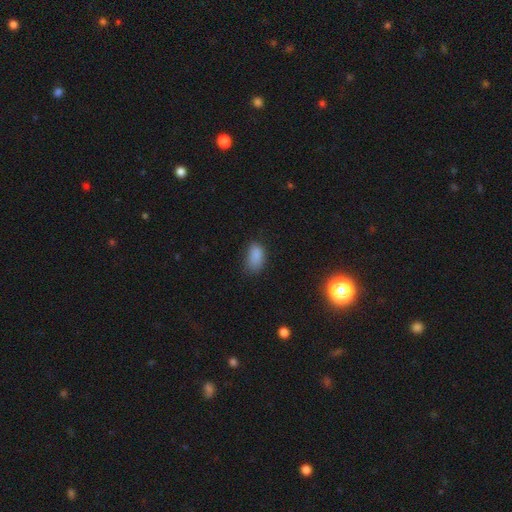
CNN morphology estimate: smooth-or-featured: smooth: 84% | star or artifact: 11% | featured or disk: 5%
  how-rounded: in between: 91% | round: 7% | cigar-shaped: 2%
  merging: none: 64% | minor disturbance: 27% | major disturbance: 8% | merger: 2%